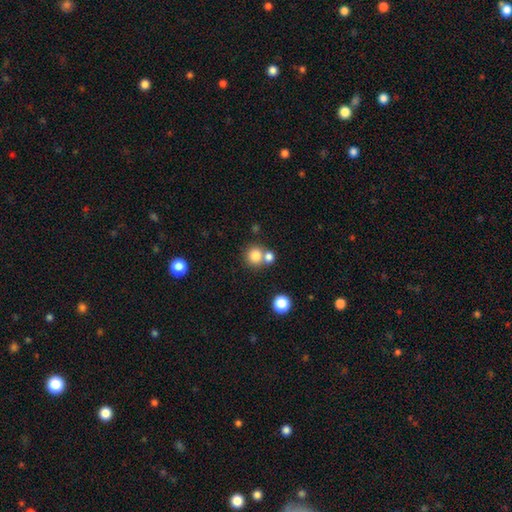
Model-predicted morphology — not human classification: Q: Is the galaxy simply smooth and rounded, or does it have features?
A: smooth — 81%.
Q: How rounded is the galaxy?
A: round — 88%.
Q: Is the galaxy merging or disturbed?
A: none — 56%.